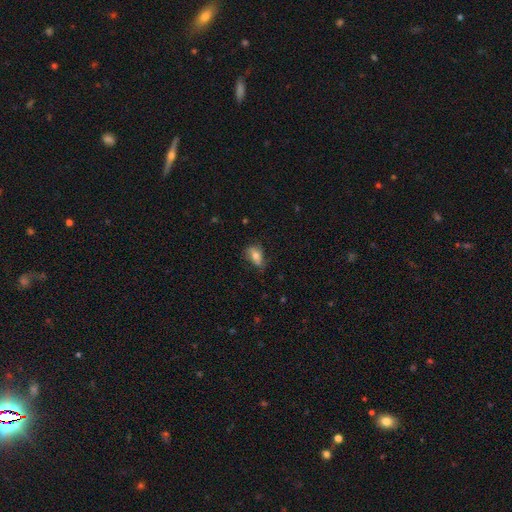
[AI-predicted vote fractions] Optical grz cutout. It shows a smooth galaxy with no disk features (64%) that is in between round and cigar-shaped (80%). Merging: none (55%).